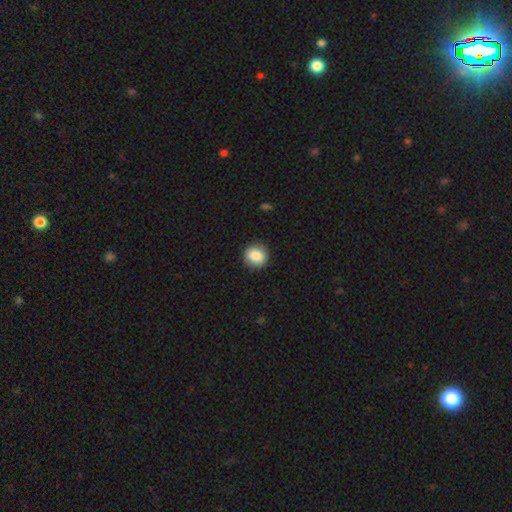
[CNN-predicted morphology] Smooth or featured: smooth — 85% (star or artifact — 8%)
How rounded: round — 83% (in between — 16%)
Merging: none — 90% (minor disturbance — 7%)